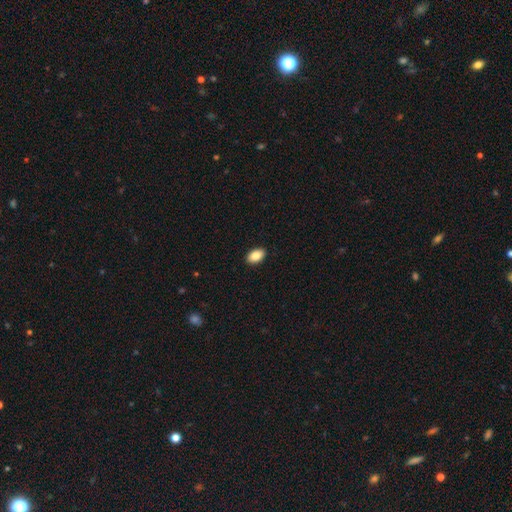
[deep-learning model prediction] Q: Smooth or featured?
A: smooth (86%); runner-up: star or artifact (7%)
Q: How rounded?
A: in between (91%); runner-up: round (7%)
Q: Merging?
A: none (91%); runner-up: minor disturbance (6%)